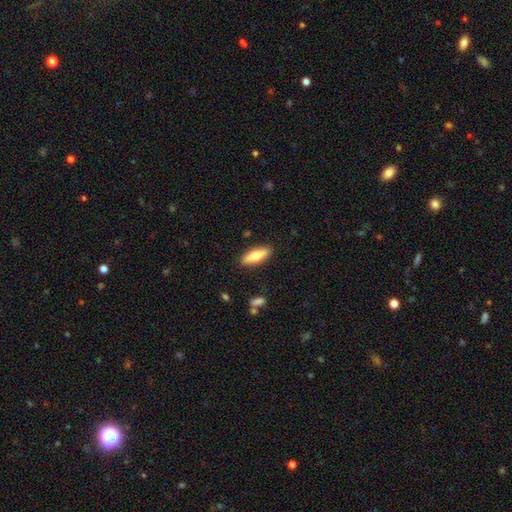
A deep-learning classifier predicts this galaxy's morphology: The model was most divided on "how rounded": in between: 50%, cigar-shaped: 48%, round: 2%. More confident: merging — none (87%); smooth or featured — smooth (70%).